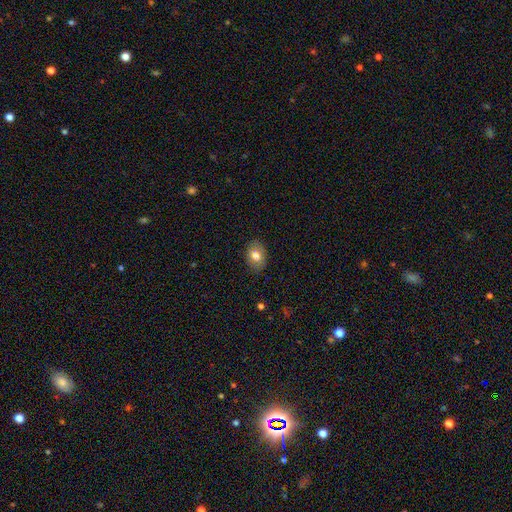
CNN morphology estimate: type=smooth (76%); roundness=in between (77%); merging=none (86%).